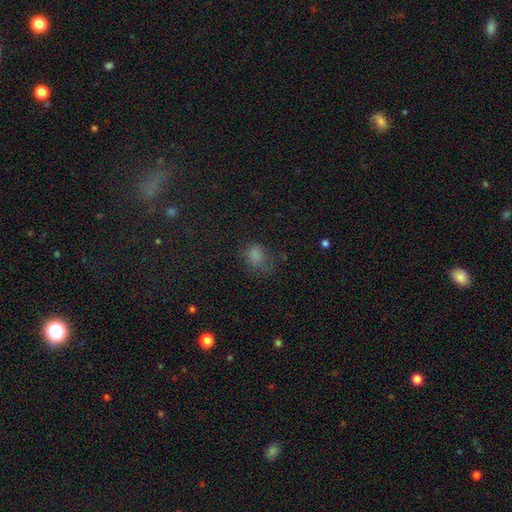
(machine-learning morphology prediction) Smooth or featured? smooth (78%)
How rounded? in between (61%)
Merging? none (50%)